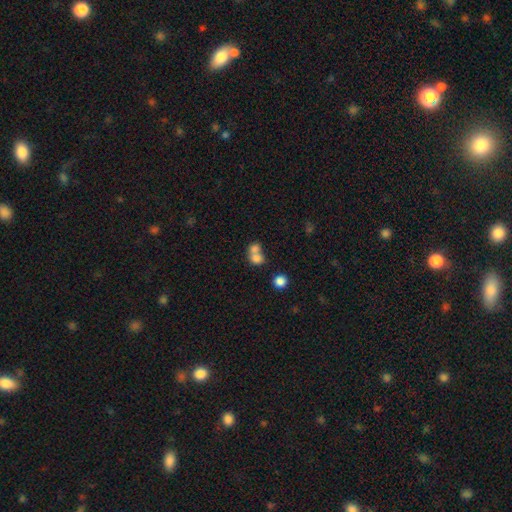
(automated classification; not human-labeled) smooth 74%, featured or disk 14%, star or artifact 11%. Down the decision tree: how rounded — round (64%); merging — merger (64%).